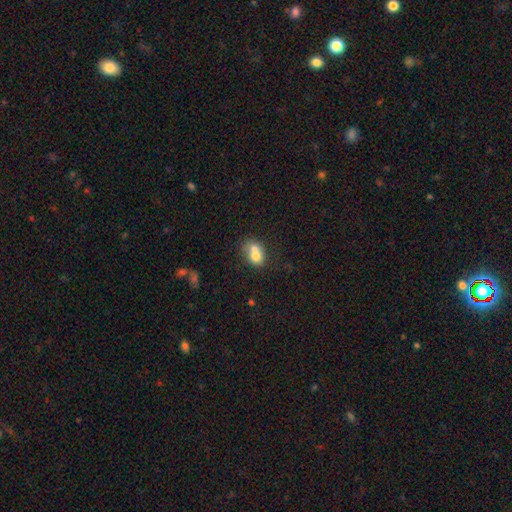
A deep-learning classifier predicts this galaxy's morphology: The model was most divided on "how rounded": in between: 52%, round: 47%, cigar-shaped: 1%. More confident: smooth or featured — smooth (69%); merging — merger (62%).